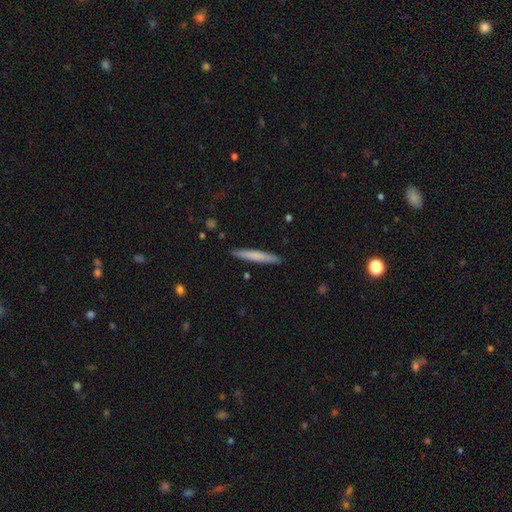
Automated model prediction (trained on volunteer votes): This appears to be a smooth galaxy with no disk features (71%) that is cigar-shaped (95%). Merging: none (90%).